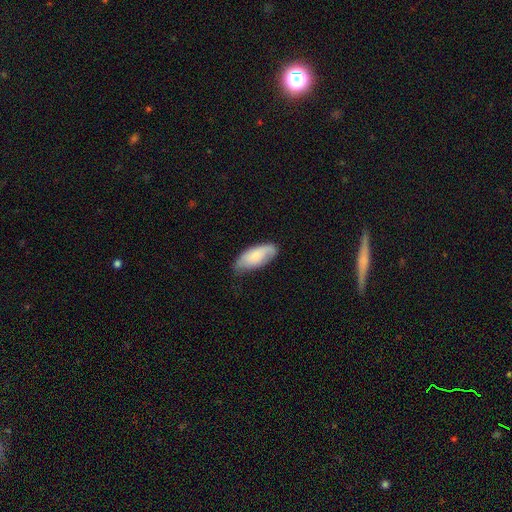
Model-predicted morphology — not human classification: This is likely a smooth galaxy (70%). How rounded: clearly in between (87%). Merging: possibly none (60%).